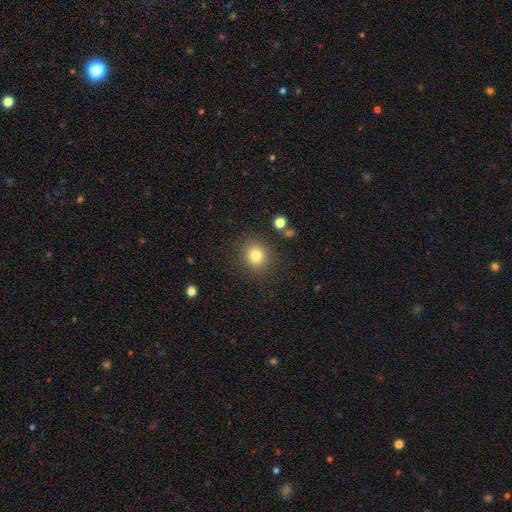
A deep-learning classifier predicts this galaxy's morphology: The model was most divided on "smooth or featured": smooth: 80%, star or artifact: 12%, featured or disk: 8%. More confident: merging — none (87%); how rounded — round (86%).